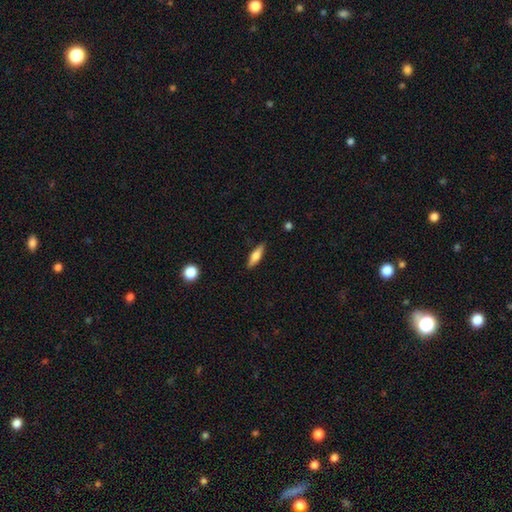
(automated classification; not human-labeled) Smooth or featured? Predicted: smooth (p=0.62). How rounded? Predicted: cigar-shaped (p=0.53). Merging? Predicted: none (p=0.86).